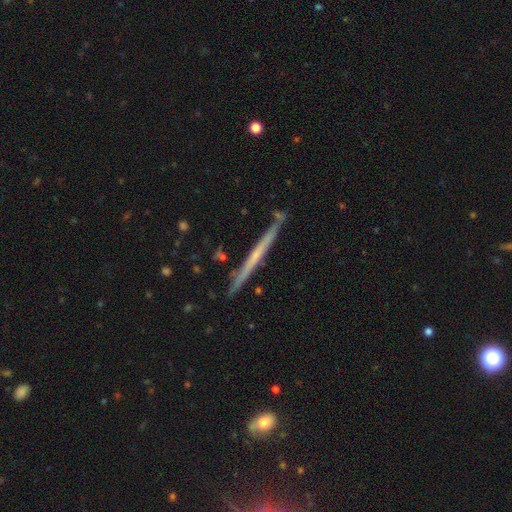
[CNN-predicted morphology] type=featured or disk (60%); edge-on=yes (97%); edge-on bulge=none (81%); merging=none (87%).